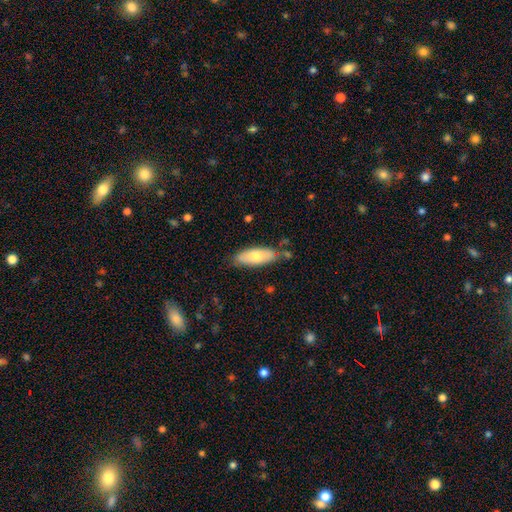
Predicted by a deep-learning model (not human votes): A smooth galaxy with no disk features (71%) that is in between round and cigar-shaped (77%). Merging: none (73%).